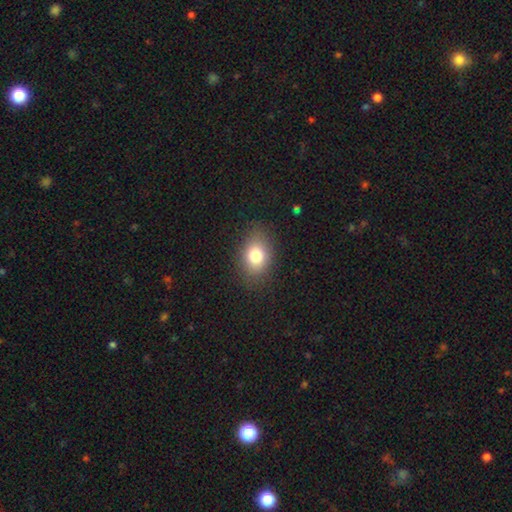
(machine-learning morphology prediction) smooth_or_featured: smooth (p=0.79) [alt: featured or disk p=0.11]
how_rounded: in between (p=0.74) [alt: round p=0.25]
merging: none (p=0.84) [alt: minor disturbance p=0.11]